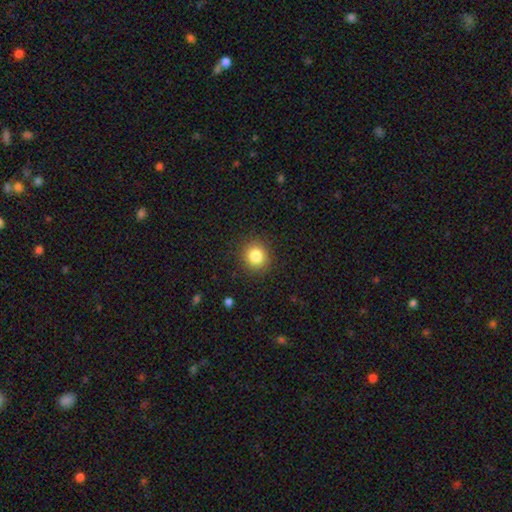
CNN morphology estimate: smooth_or_featured: smooth (p=0.84) [alt: star or artifact p=0.11]
how_rounded: round (p=0.88) [alt: in between p=0.11]
merging: none (p=0.90) [alt: minor disturbance p=0.07]